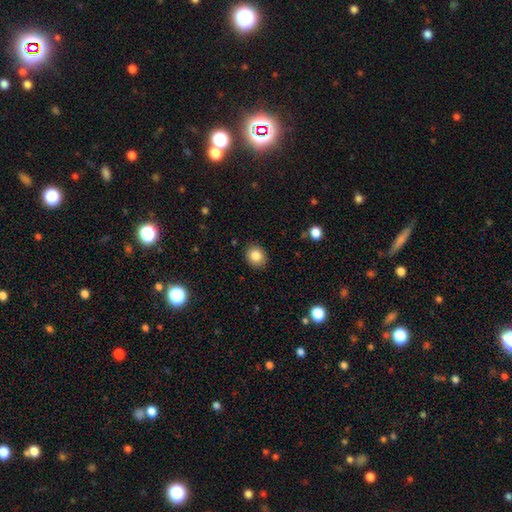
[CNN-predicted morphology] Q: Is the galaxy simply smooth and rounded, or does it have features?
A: smooth — 84%.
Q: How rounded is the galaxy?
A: round — 69%.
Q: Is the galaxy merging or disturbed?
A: none — 89%.